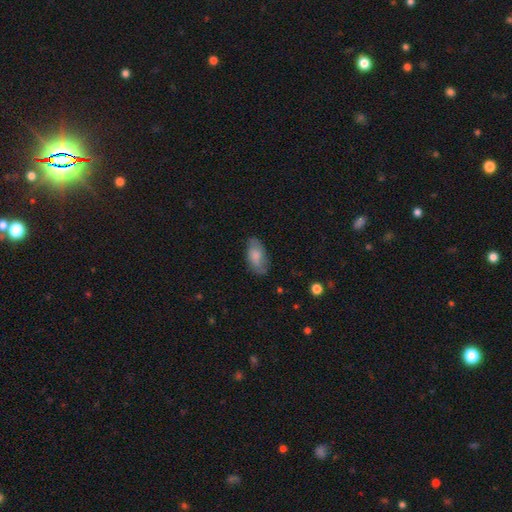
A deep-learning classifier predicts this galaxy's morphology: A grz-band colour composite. It shows a smooth galaxy with no disk features (70%) that is in between round and cigar-shaped (92%). Merging: none (73%).